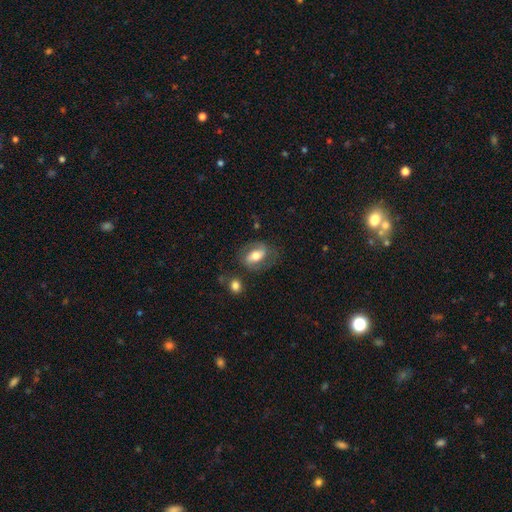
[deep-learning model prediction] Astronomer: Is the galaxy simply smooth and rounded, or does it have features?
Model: smooth — 51% (runner-up: featured or disk, 42%).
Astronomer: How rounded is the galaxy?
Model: in between — 80%.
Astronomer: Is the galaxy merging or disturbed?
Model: none — 67%.